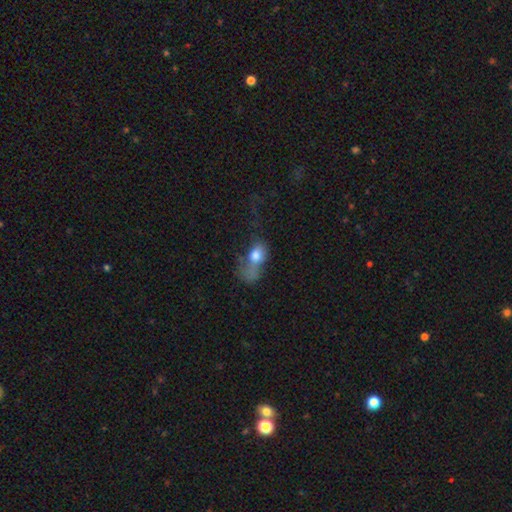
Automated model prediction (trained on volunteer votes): Smooth or featured? Predicted: smooth (p=0.67). How rounded? Predicted: in between (p=0.72). Merging? Predicted: major disturbance (p=0.55).